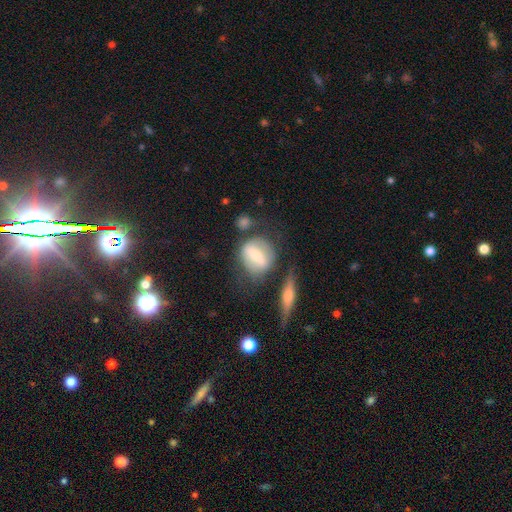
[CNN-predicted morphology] Smooth or featured?
  - smooth: 56% *
  - featured or disk: 37%
  - star or artifact: 7%
How rounded?
  - round: 53% *
  - in between: 42%
  - cigar-shaped: 5%
Merging?
  - none: 49% *
  - minor disturbance: 19%
  - merger: 19%
  - major disturbance: 13%